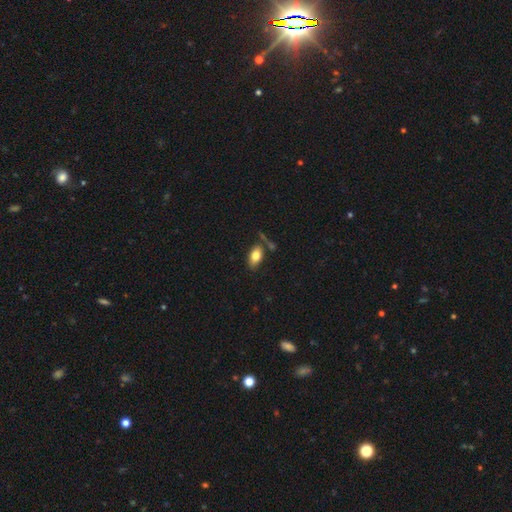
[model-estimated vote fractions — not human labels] This is likely a smooth galaxy (78%). How rounded: clearly in between (90%). Merging: likely none (68%).